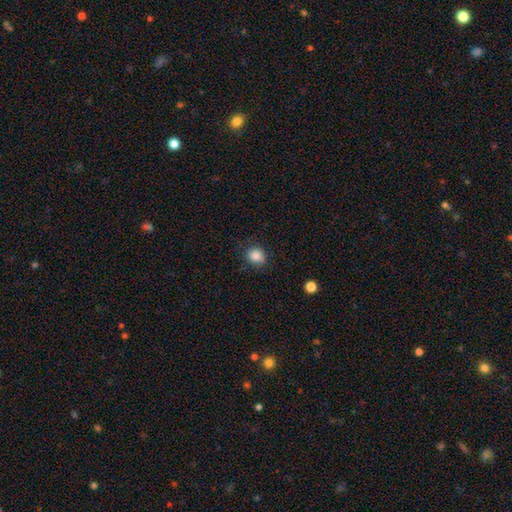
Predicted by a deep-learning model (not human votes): Overall: smooth (85%). How rounded: round (75%). Merging: none (79%).